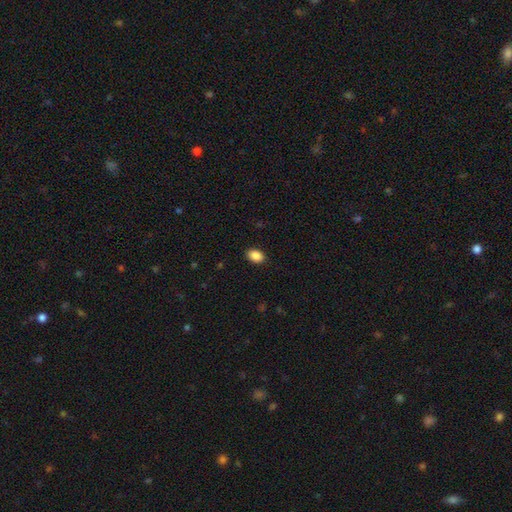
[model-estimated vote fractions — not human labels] This is clearly a smooth galaxy (89%). How rounded: clearly in between (85%). Merging: clearly none (89%).